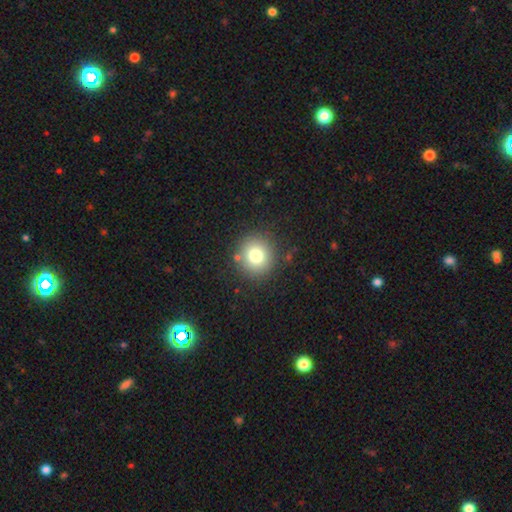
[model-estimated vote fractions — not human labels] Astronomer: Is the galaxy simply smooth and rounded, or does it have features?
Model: smooth — 78%.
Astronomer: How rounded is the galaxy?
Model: round — 90%.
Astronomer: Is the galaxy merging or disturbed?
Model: none — 86%.